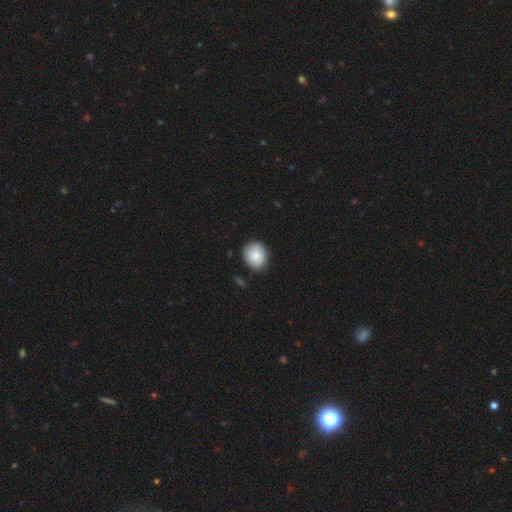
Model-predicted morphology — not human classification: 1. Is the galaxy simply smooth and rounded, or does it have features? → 80% smooth, 13% featured or disk, 7% star or artifact.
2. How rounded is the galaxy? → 68% round, 31% in between, 1% cigar-shaped.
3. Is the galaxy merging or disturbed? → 81% none, 14% minor disturbance, 3% major disturbance, 2% merger.